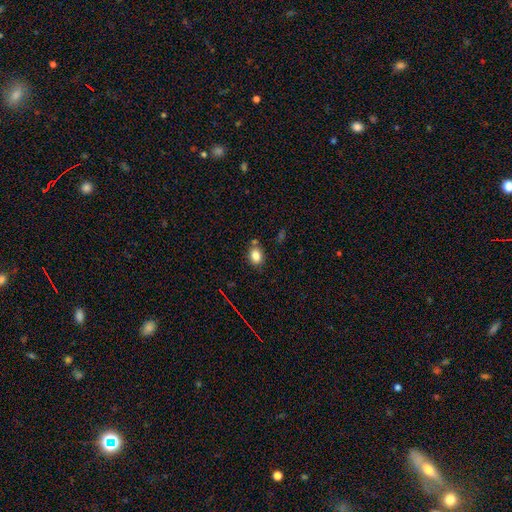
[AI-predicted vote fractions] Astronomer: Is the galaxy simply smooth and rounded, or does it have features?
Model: smooth — 82%.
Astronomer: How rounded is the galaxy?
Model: in between — 60% (runner-up: round, 39%).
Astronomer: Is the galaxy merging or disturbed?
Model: none — 72%.